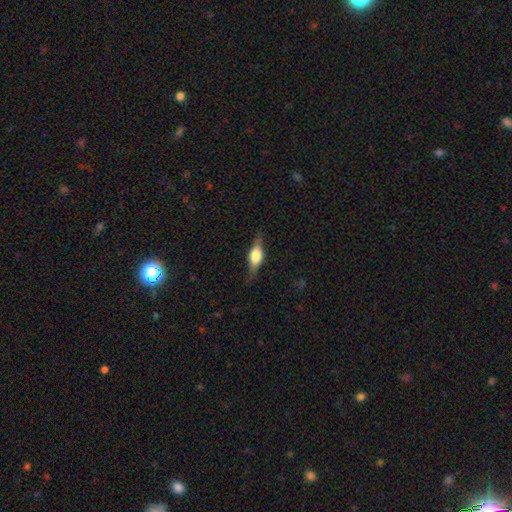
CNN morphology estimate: Smooth or featured?
  - featured or disk: 54% *
  - smooth: 39%
  - star or artifact: 7%
Edge-on disk?
  - yes: 93% *
  - no: 7%
Edge-on bulge?
  - rounded: 87% *
  - boxy: 11%
  - none: 2%
Merging?
  - none: 80% *
  - minor disturbance: 15%
  - major disturbance: 4%
  - merger: 1%